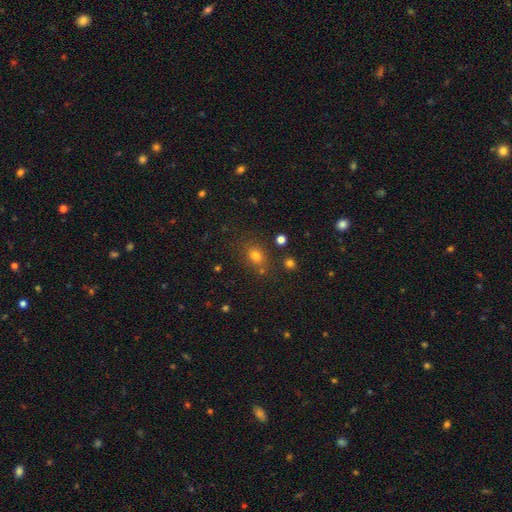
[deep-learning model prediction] This is likely a smooth galaxy (74%). How rounded: possibly round (52%). Merging: likely none (75%).